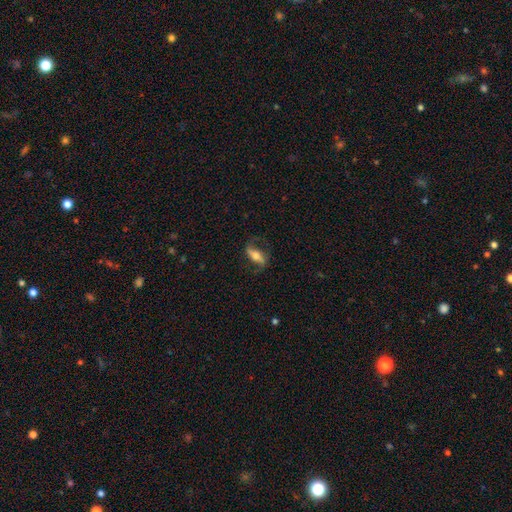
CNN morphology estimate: Smooth or featured: featured or disk — 65% (smooth — 28%)
Edge-on disk: no — 79% (yes — 21%)
Bar: strong — 52% (weak — 24%)
Spiral arms: yes — 84% (no — 16%)
Bulge size: moderate — 57% (small — 22%)
Merging: none — 72% (minor disturbance — 16%)